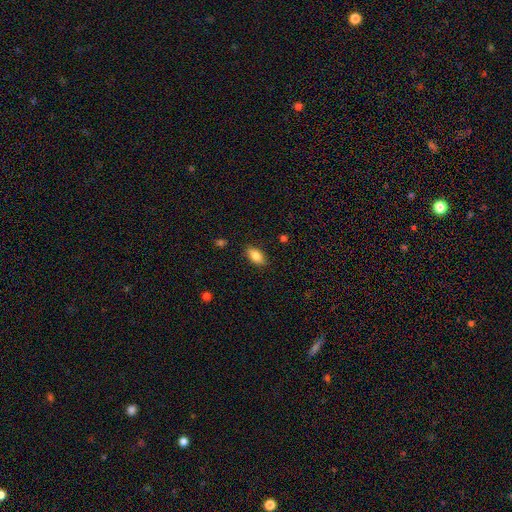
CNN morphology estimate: Smooth or featured?
  - smooth: 85% *
  - star or artifact: 8%
  - featured or disk: 8%
How rounded?
  - in between: 92% *
  - round: 5%
  - cigar-shaped: 4%
Merging?
  - none: 86% *
  - minor disturbance: 10%
  - major disturbance: 2%
  - merger: 1%